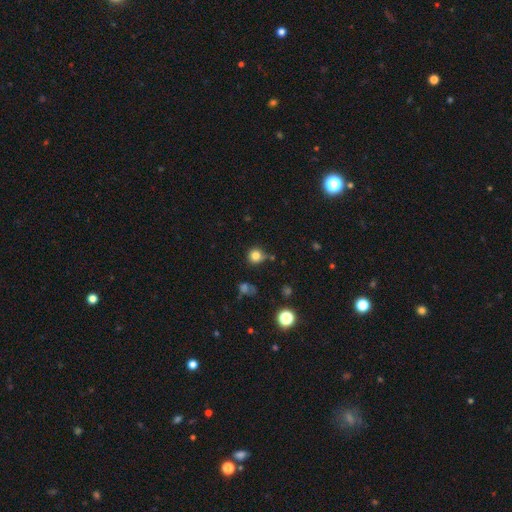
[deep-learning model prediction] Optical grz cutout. It shows a smooth galaxy with no disk features (80%) that is round (90%). Merging: none (71%).